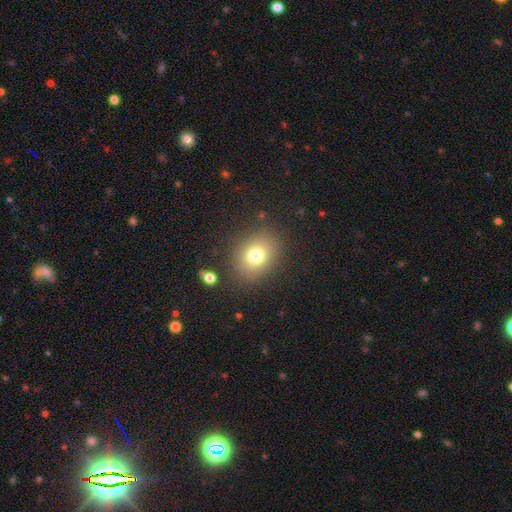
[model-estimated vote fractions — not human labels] Smooth or featured: smooth — 75% (star or artifact — 13%)
How rounded: in between — 50% (round — 49%)
Merging: none — 83% (minor disturbance — 10%)